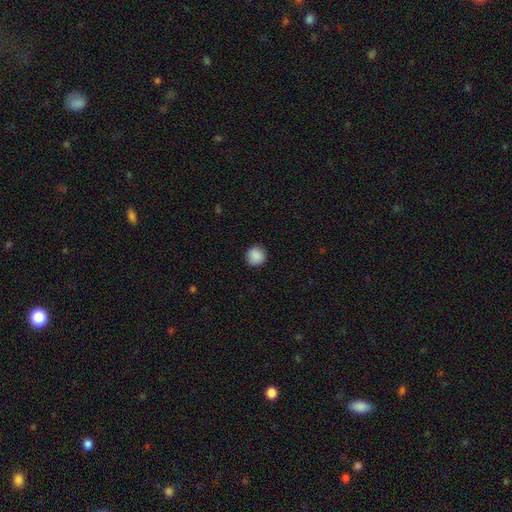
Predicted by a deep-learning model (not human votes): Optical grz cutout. It shows a smooth galaxy with no disk features (89%) that is round (94%). Merging: none (91%).